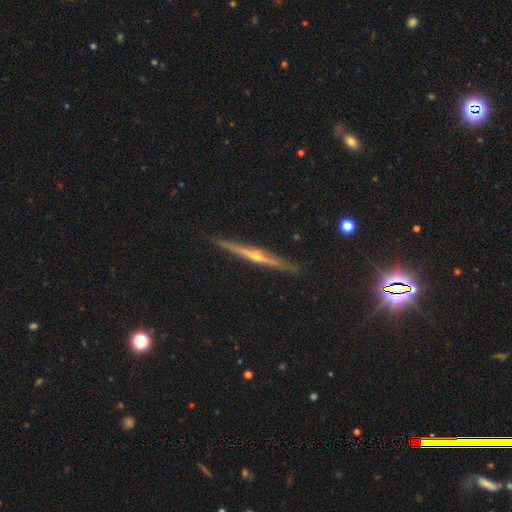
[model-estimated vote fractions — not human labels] Smooth or featured? featured or disk (85%)
Edge-on disk? yes (98%)
Edge-on bulge? rounded (90%)
Merging? none (91%)